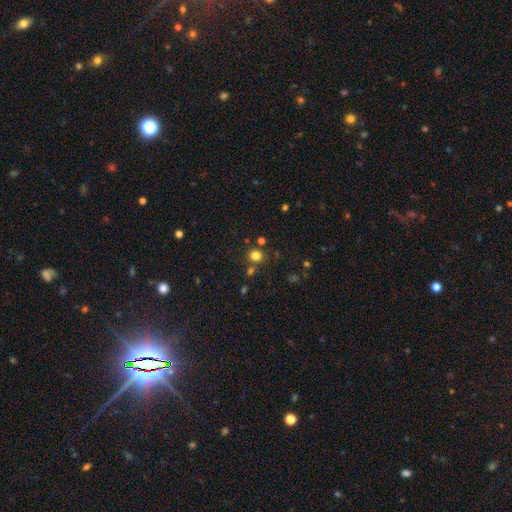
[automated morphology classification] Smooth or featured: smooth — 79% (star or artifact — 15%)
How rounded: round — 77% (in between — 23%)
Merging: none — 77% (merger — 10%)